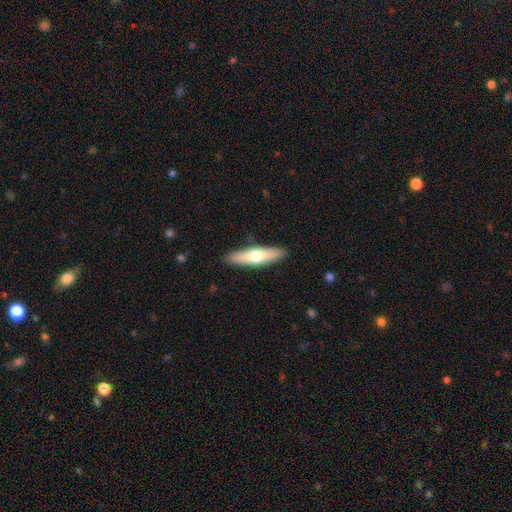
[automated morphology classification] smooth-or-featured: smooth: 52% | featured or disk: 42% | star or artifact: 5%
  how-rounded: cigar-shaped: 72% | in between: 26% | round: 2%
  merging: none: 89% | minor disturbance: 8% | major disturbance: 2% | merger: 1%